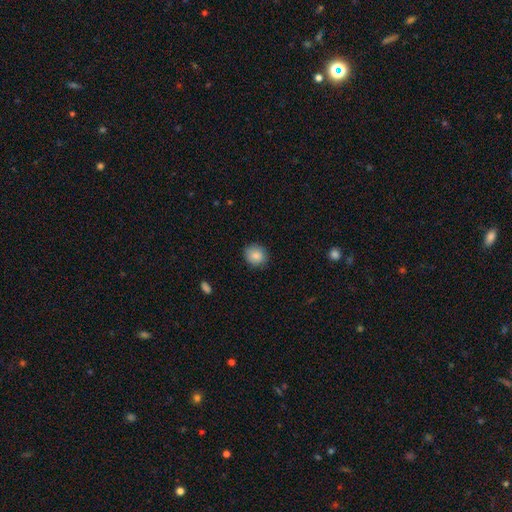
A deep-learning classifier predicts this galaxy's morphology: A smooth galaxy with no disk features (86%) that is round (80%).

Vote fractions:
- Smooth or featured? smooth: 86% / star or artifact: 8% / featured or disk: 6%
- How rounded? round: 80% / in between: 19% / cigar-shaped: 1%
- Merging? none: 85% / minor disturbance: 11% / major disturbance: 2% / merger: 1%